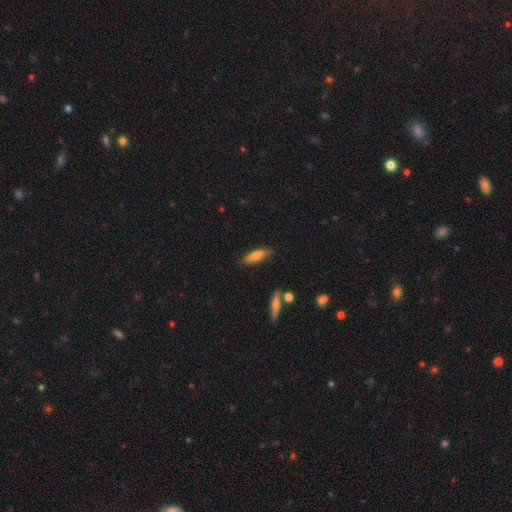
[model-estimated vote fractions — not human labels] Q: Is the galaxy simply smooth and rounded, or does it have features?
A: smooth — 76%.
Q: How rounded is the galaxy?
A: cigar-shaped — 57%.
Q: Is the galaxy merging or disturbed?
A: none — 81%.